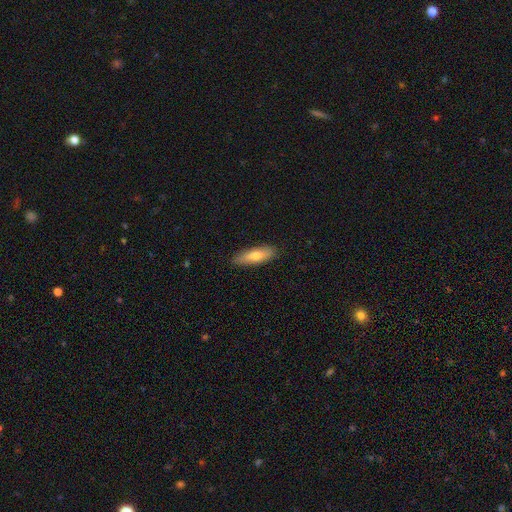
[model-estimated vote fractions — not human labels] The model was most divided on "how rounded": cigar-shaped: 53%, in between: 45%, round: 2%. More confident: merging — none (87%); smooth or featured — smooth (68%).